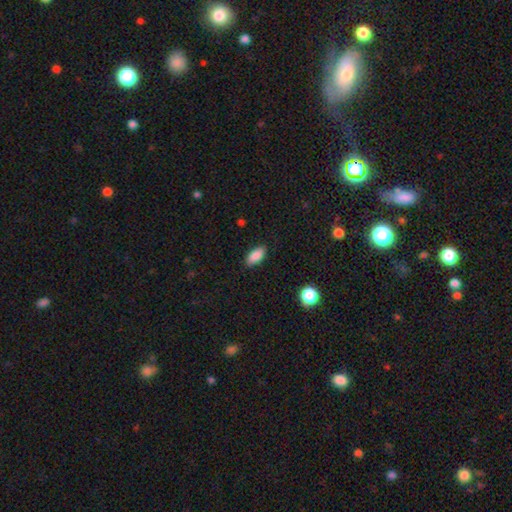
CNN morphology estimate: A smooth galaxy with no disk features (88%) that is in between round and cigar-shaped (89%).

Vote fractions:
- Smooth or featured? smooth: 88% / star or artifact: 8% / featured or disk: 5%
- How rounded? in between: 89% / cigar-shaped: 8% / round: 3%
- Merging? none: 86% / minor disturbance: 10% / major disturbance: 2% / merger: 1%